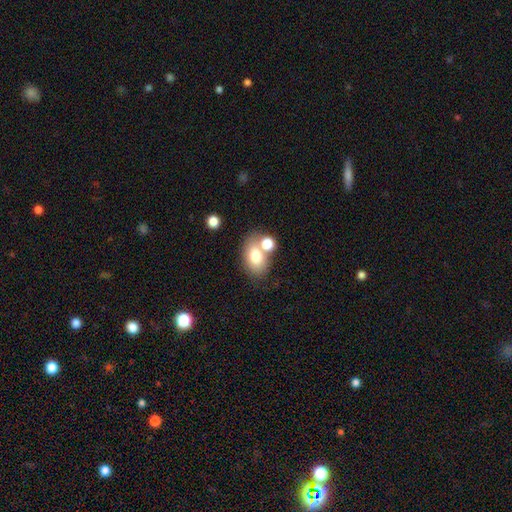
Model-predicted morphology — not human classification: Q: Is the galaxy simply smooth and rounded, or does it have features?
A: smooth — 74%.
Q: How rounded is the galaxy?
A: in between — 78%.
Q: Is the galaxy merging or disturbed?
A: none — 49%.